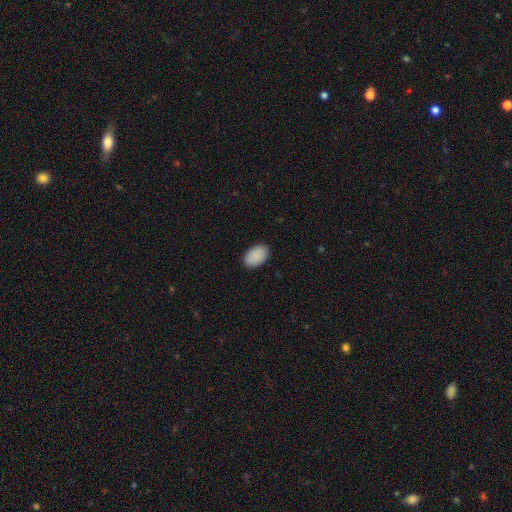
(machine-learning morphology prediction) A smooth galaxy with no disk features (90%) that is in between round and cigar-shaped (93%).

Vote fractions:
- Smooth or featured? smooth: 90% / star or artifact: 6% / featured or disk: 3%
- How rounded? in between: 93% / round: 6% / cigar-shaped: 1%
- Merging? none: 89% / minor disturbance: 8% / major disturbance: 2% / merger: 1%